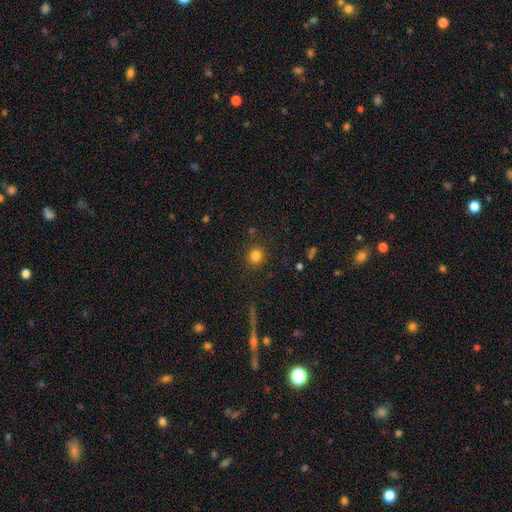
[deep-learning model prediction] Morphology: type=smooth (82%); roundness=round (87%); merging=none (88%).